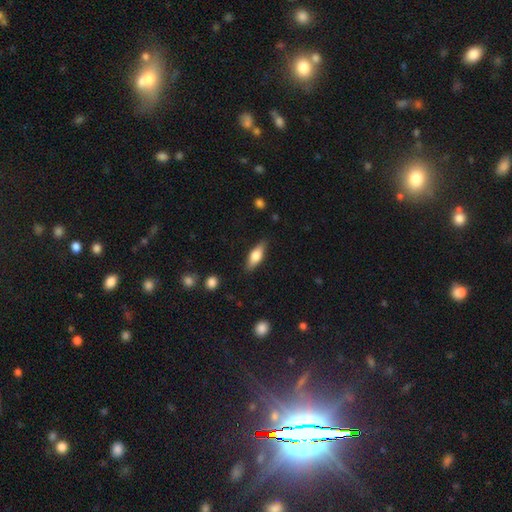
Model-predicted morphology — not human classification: Overall: smooth (61%; featured or disk 33%). How rounded: in between (60%; cigar-shaped 37%). Merging: none (85%).